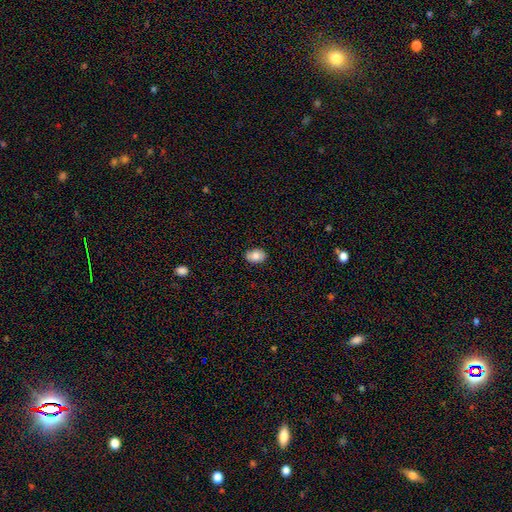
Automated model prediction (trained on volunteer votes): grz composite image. It shows a smooth galaxy with no disk features (81%) that is in between round and cigar-shaped (82%). Merging: none (82%).